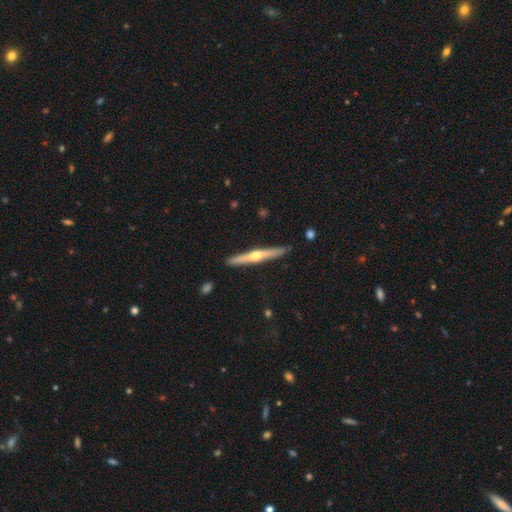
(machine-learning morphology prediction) type=featured or disk (67%); edge-on=yes (97%); edge-on bulge=rounded (89%); merging=none (91%).